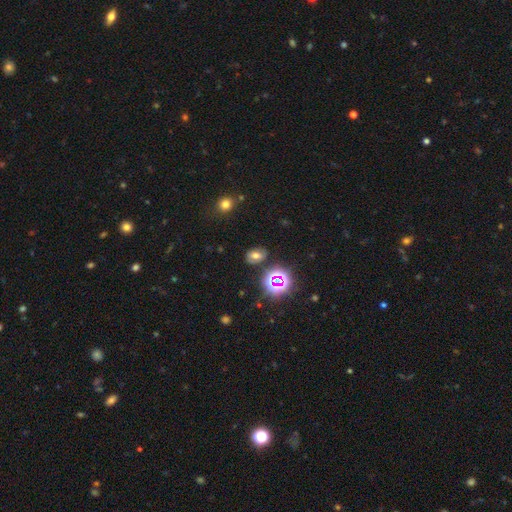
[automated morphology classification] smooth 49%, star or artifact 30%, featured or disk 22%. Down the decision tree: merging — none (78%).